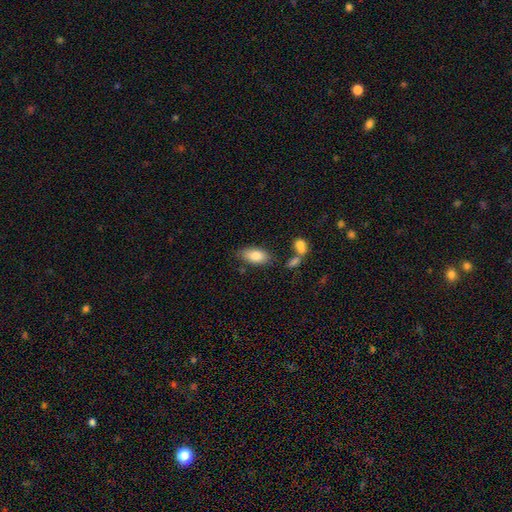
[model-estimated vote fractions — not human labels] smooth-or-featured: smooth: 83% | featured or disk: 10% | star or artifact: 7%
  how-rounded: in between: 91% | cigar-shaped: 6% | round: 3%
  merging: none: 71% | minor disturbance: 16% | merger: 8% | major disturbance: 5%